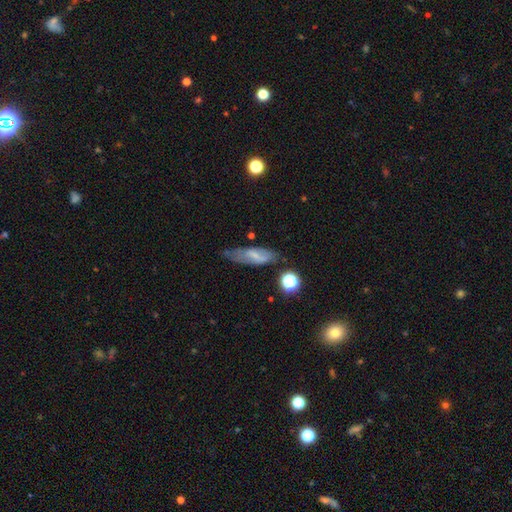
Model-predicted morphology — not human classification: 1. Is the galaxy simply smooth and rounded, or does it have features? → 50% smooth, 39% featured or disk, 10% star or artifact.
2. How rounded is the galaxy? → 56% in between, 41% cigar-shaped, 3% round.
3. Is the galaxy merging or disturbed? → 62% none, 26% minor disturbance, 9% major disturbance, 4% merger.